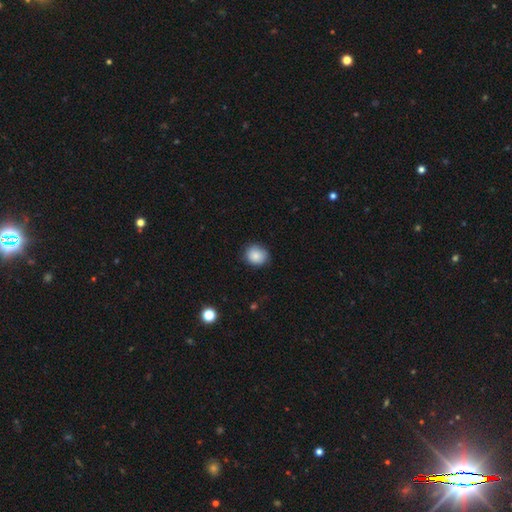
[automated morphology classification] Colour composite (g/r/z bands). It shows a smooth galaxy with no disk features (85%) that is round (76%). Merging: none (83%).